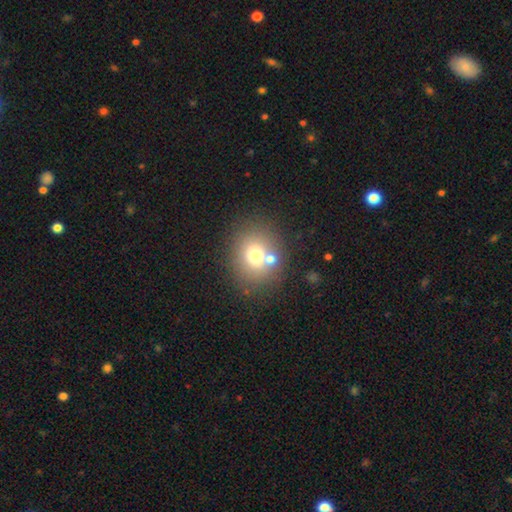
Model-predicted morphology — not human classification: smooth-or-featured: smooth: 69% | featured or disk: 17% | star or artifact: 14%
  how-rounded: round: 72% | in between: 27% | cigar-shaped: 1%
  merging: none: 67% | merger: 18% | minor disturbance: 10% | major disturbance: 4%